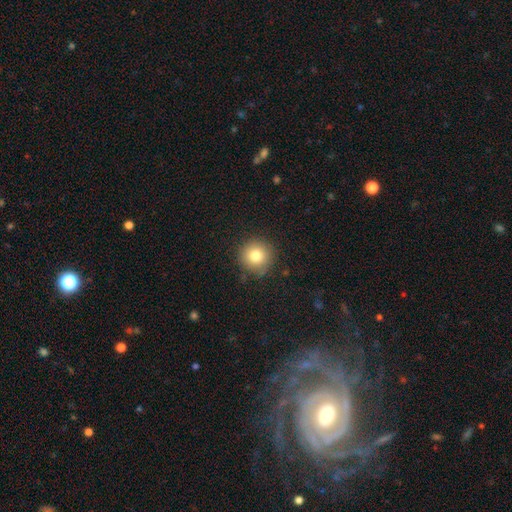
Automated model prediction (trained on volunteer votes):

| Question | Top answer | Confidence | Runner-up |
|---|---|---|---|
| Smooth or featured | smooth | 80% | star or artifact (11%) |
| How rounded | round | 95% | in between (4%) |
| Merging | none | 87% | minor disturbance (9%) |